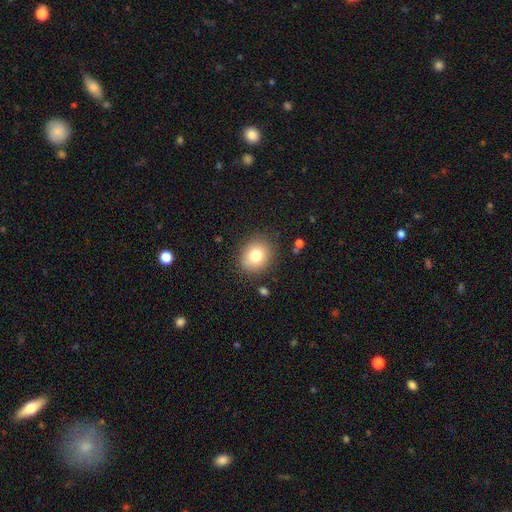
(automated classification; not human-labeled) Smooth or featured? smooth (78%)
How rounded? round (66%)
Merging? none (85%)